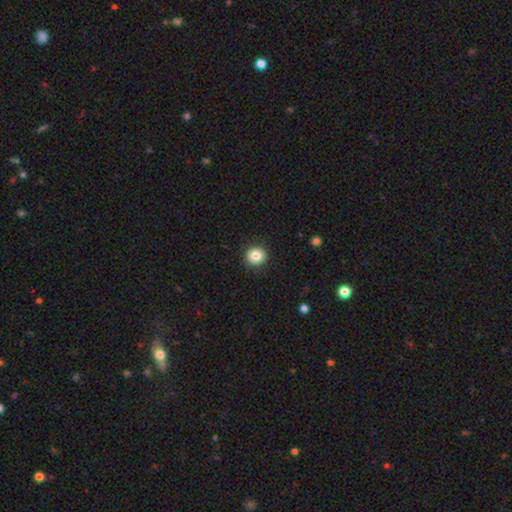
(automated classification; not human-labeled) smooth-or-featured: smooth: 83% | star or artifact: 10% | featured or disk: 7%
  how-rounded: round: 90% | in between: 9% | cigar-shaped: 1%
  merging: none: 91% | minor disturbance: 6% | major disturbance: 2% | merger: 1%